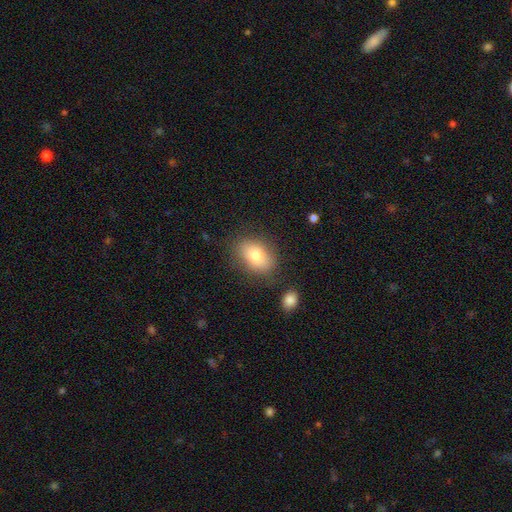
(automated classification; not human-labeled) A smooth galaxy with no disk features (78%) that is in between round and cigar-shaped (79%).

Vote fractions:
- Smooth or featured? smooth: 78% / featured or disk: 13% / star or artifact: 9%
- How rounded? in between: 79% / round: 19% / cigar-shaped: 2%
- Merging? none: 79% / minor disturbance: 13% / major disturbance: 4% / merger: 4%